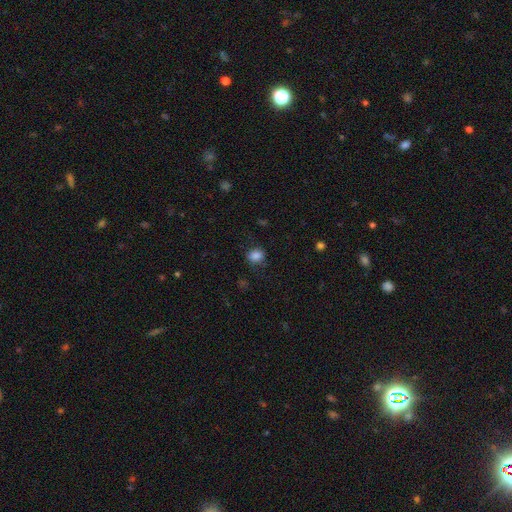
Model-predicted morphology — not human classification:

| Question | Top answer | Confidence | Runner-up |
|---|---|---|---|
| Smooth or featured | smooth | 84% | star or artifact (11%) |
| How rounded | round | 54% | in between (45%) |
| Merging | none | 77% | minor disturbance (16%) |